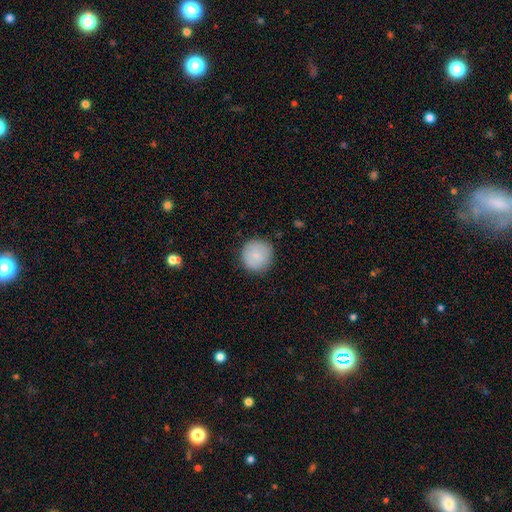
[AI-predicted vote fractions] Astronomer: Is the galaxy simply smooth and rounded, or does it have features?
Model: smooth — 81%.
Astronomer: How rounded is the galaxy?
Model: round — 94%.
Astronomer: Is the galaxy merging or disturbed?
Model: none — 85%.